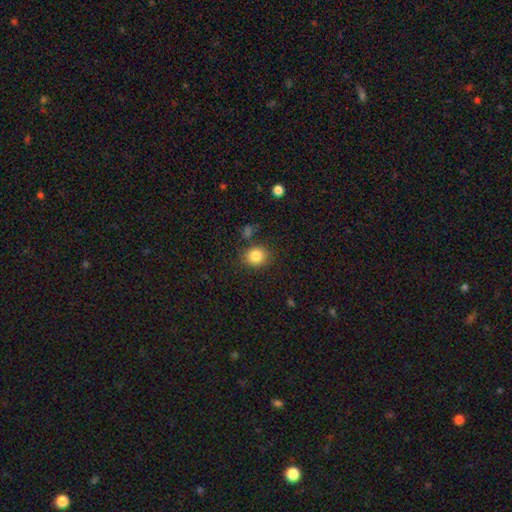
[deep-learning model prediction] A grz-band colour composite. It shows a smooth galaxy with no disk features (84%) that is round (71%). Merging: none (82%).